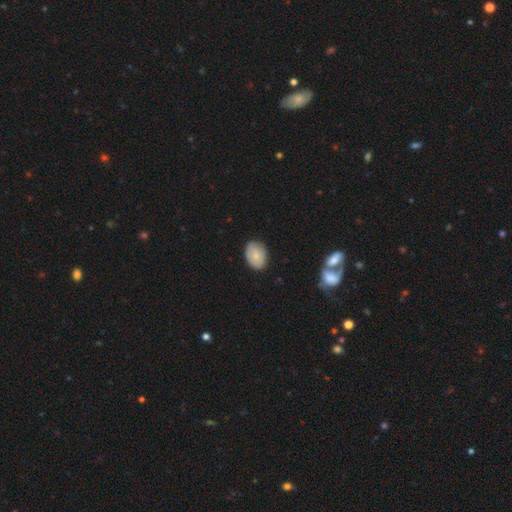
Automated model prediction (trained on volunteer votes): smooth 77%, featured or disk 16%, star or artifact 7%. Down the decision tree: how rounded — in between (75%); merging — none (82%).